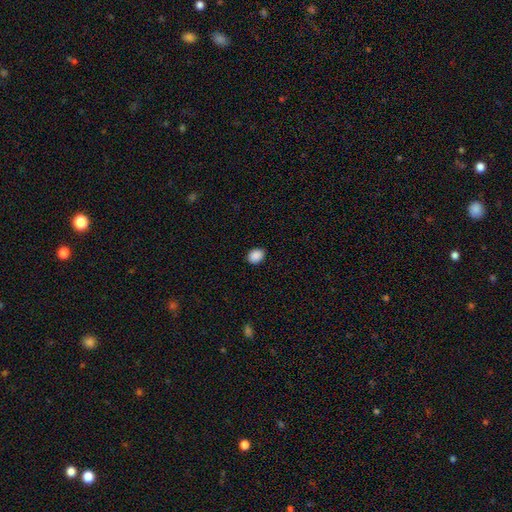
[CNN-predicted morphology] A smooth galaxy with no disk features (90%) that is in between round and cigar-shaped (65%). Merging: none (89%).